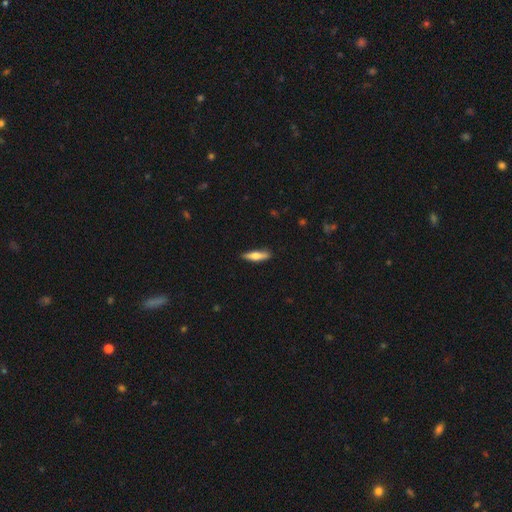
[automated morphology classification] Overall: smooth (57%; featured or disk 37%). How rounded: cigar-shaped (74%). Merging: none (88%).